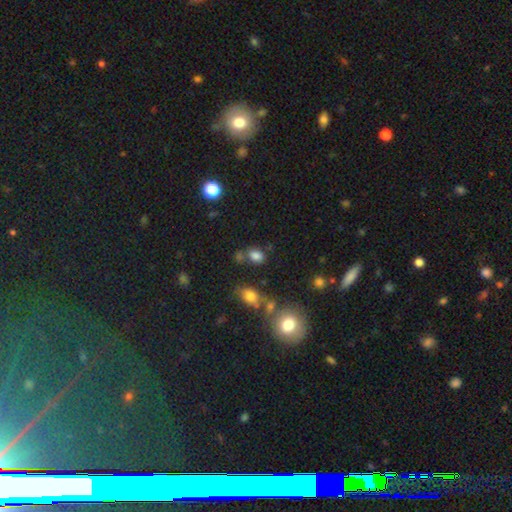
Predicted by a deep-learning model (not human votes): smooth-or-featured: smooth: 78% | star or artifact: 15% | featured or disk: 7%
  how-rounded: in between: 76% | round: 22% | cigar-shaped: 2%
  merging: none: 62% | merger: 17% | minor disturbance: 15% | major disturbance: 6%